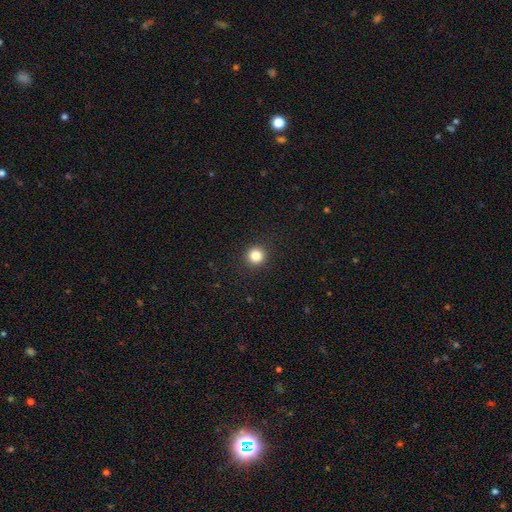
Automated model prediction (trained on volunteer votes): A smooth galaxy with no disk features (84%) that is round (94%). Merging: none (92%).